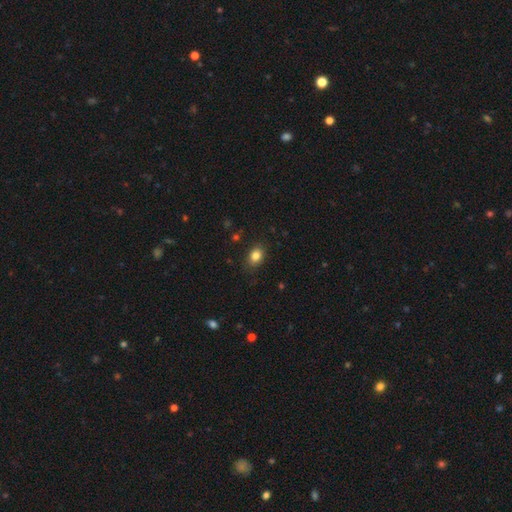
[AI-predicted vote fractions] Smooth or featured? smooth (84%)
How rounded? in between (68%)
Merging? none (86%)